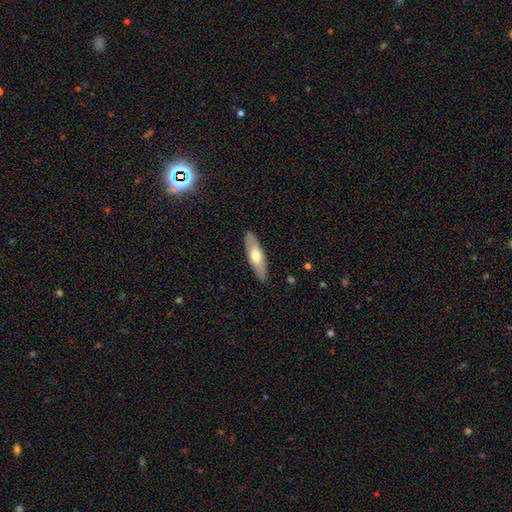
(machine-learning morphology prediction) smooth 58%, featured or disk 37%, star or artifact 5%. Down the decision tree: how rounded — cigar-shaped (52%); merging — none (89%).